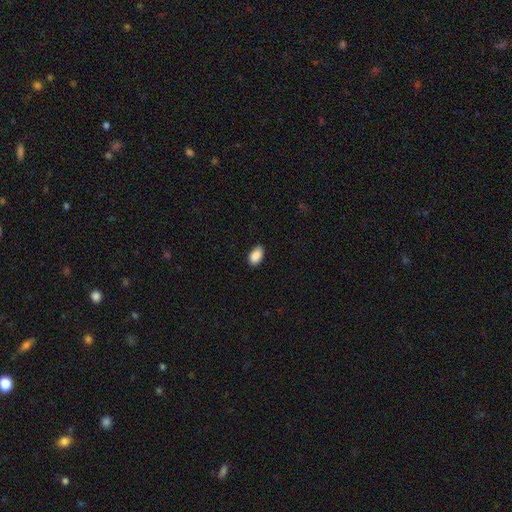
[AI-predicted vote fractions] smooth 89%, star or artifact 7%, featured or disk 3%. Down the decision tree: how rounded — in between (93%); merging — none (81%).